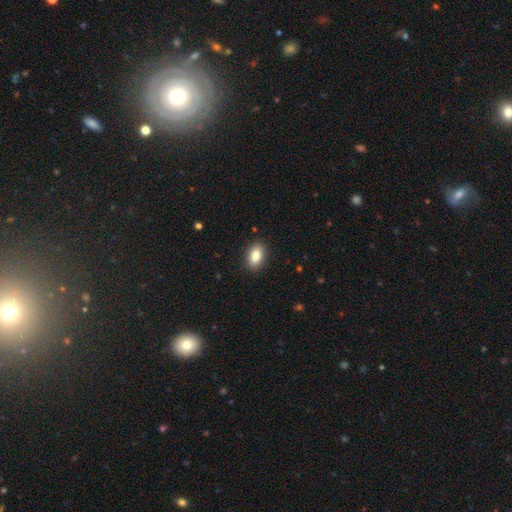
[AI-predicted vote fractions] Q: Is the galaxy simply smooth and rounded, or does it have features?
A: smooth — 86%.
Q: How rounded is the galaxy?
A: in between — 90%.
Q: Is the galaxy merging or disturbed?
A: none — 89%.